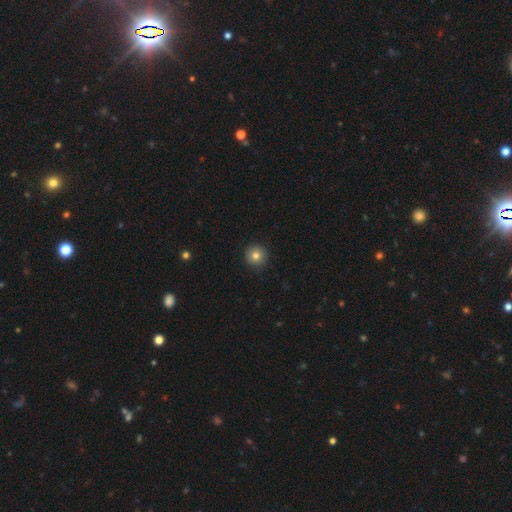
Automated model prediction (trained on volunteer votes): Morphology: type=smooth (81%); roundness=round (96%); merging=none (92%).